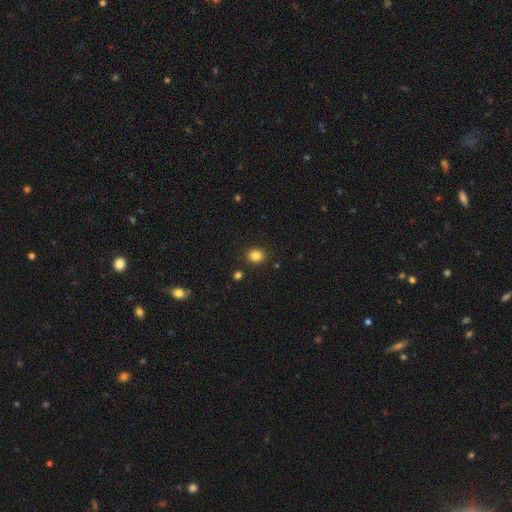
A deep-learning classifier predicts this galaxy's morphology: This is clearly a smooth galaxy (84%). How rounded: likely round (69%). Merging: clearly none (88%).